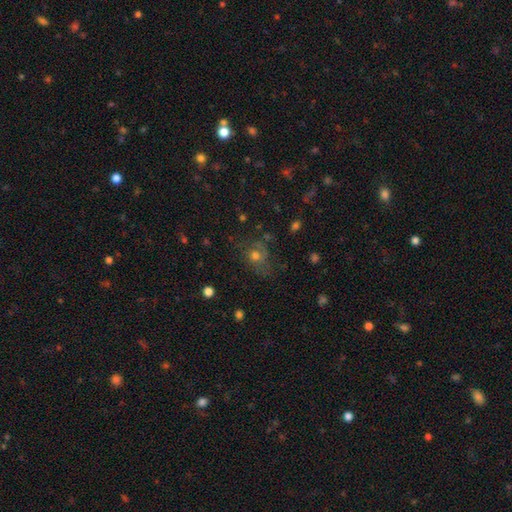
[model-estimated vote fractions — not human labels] Overall: smooth (47%; featured or disk 28%). Merging: none (57%; minor disturbance 22%).